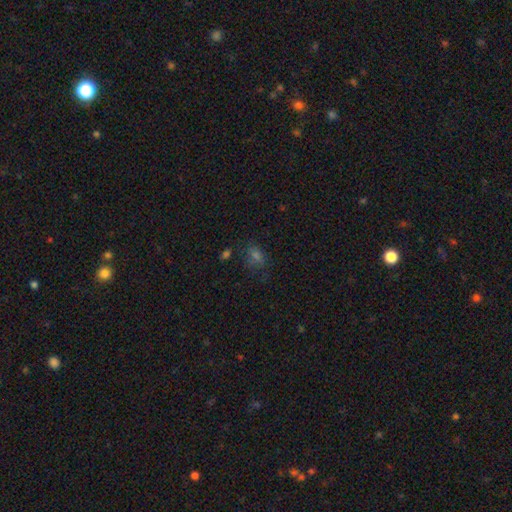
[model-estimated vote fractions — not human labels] This appears to be a smooth galaxy with no disk features (53%) that is in between round and cigar-shaped (62%). Merging: none (68%).